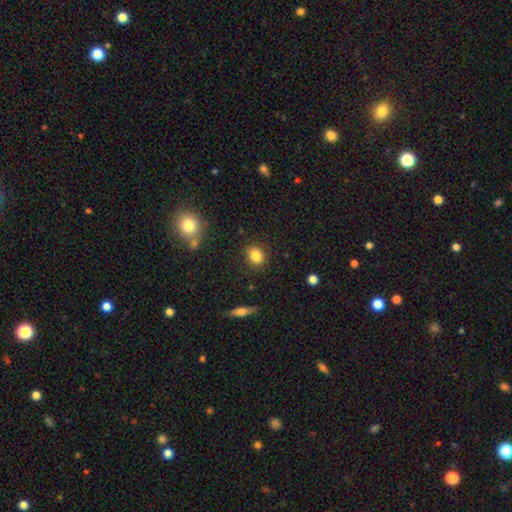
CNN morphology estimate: Smooth or featured? Predicted: smooth (p=0.84). How rounded? Predicted: round (p=0.61). Merging? Predicted: none (p=0.87).